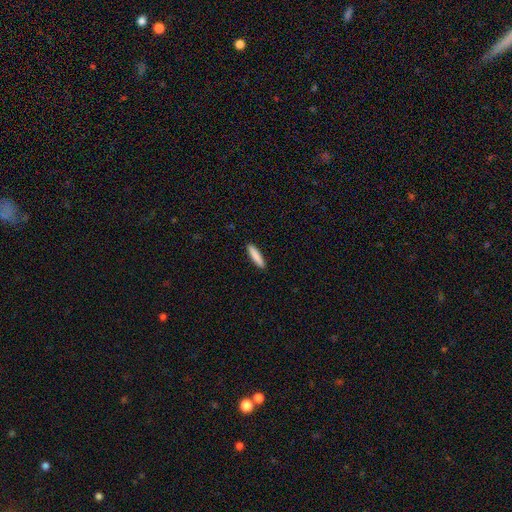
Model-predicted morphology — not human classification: smooth 86%, featured or disk 8%, star or artifact 6%. Down the decision tree: how rounded — cigar-shaped (84%); merging — none (91%).